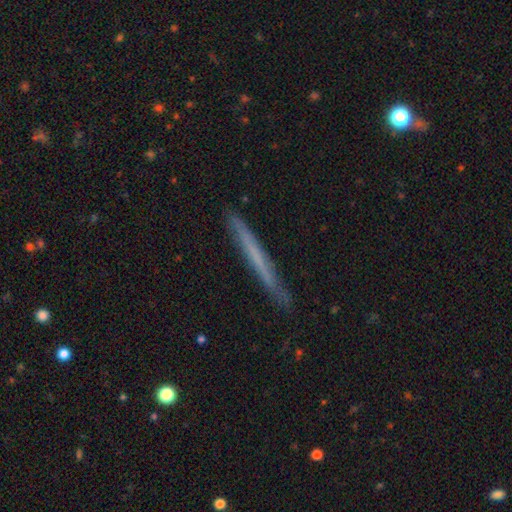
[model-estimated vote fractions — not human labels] Overall: featured or disk (47%; smooth 46%). Merging: none (88%).